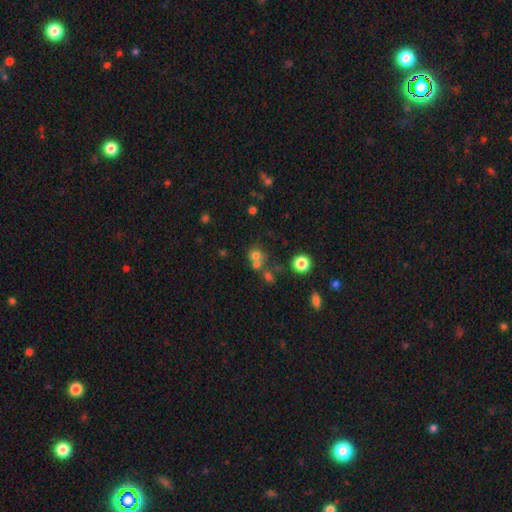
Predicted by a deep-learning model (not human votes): Q: Smooth or featured?
A: smooth (67%); runner-up: star or artifact (19%)
Q: How rounded?
A: round (81%); runner-up: in between (18%)
Q: Merging?
A: none (45%); runner-up: merger (43%)